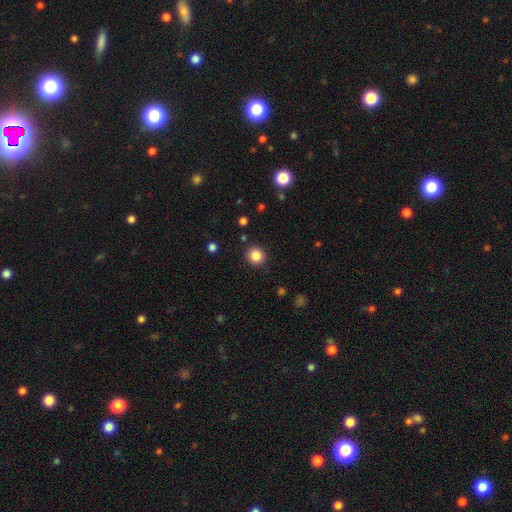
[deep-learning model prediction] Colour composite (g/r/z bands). It shows a smooth galaxy with no disk features (85%) that is round (92%). Merging: none (90%).